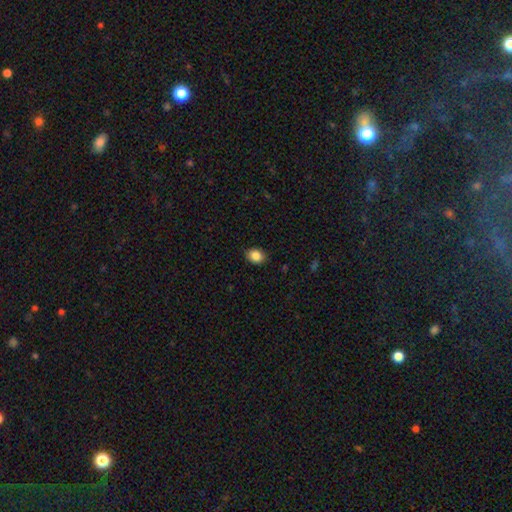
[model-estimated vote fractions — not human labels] Smooth or featured? smooth (86%)
How rounded? in between (52%)
Merging? none (86%)